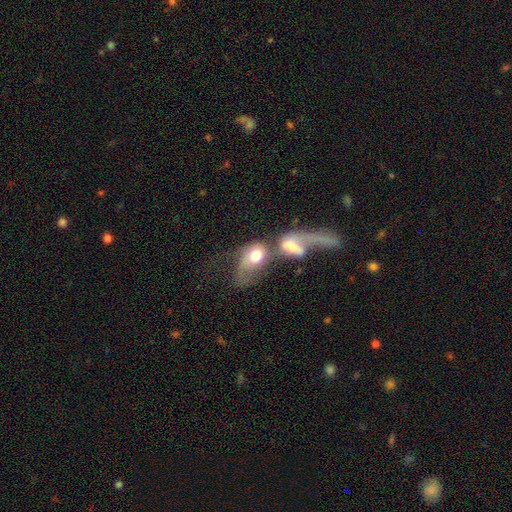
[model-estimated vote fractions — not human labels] Smooth or featured?
  - smooth: 55% *
  - featured or disk: 37%
  - star or artifact: 8%
How rounded?
  - in between: 74% *
  - round: 22%
  - cigar-shaped: 3%
Merging?
  - merger: 73% *
  - major disturbance: 16%
  - none: 6%
  - minor disturbance: 4%